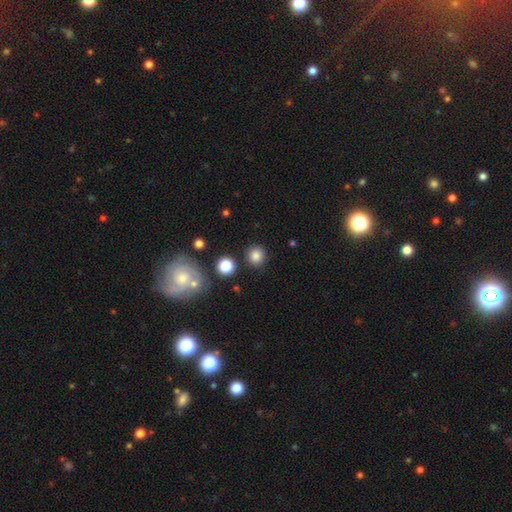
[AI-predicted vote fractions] Q: Smooth or featured?
A: smooth (82%); runner-up: star or artifact (12%)
Q: How rounded?
A: round (90%); runner-up: in between (9%)
Q: Merging?
A: none (86%); runner-up: minor disturbance (8%)